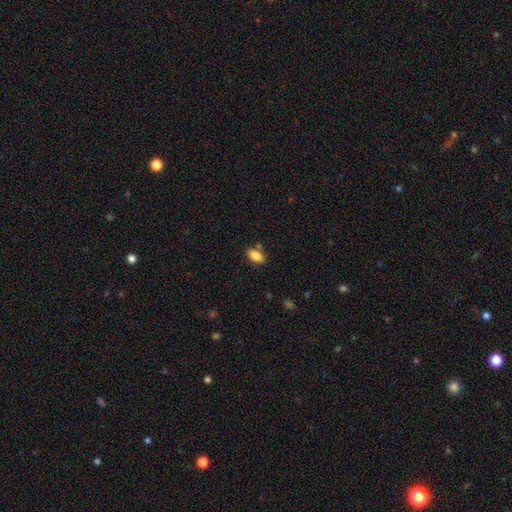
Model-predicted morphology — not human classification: Smooth or featured?
  - smooth: 84% *
  - star or artifact: 8%
  - featured or disk: 8%
How rounded?
  - in between: 88% *
  - cigar-shaped: 7%
  - round: 5%
Merging?
  - none: 78% *
  - minor disturbance: 13%
  - merger: 7%
  - major disturbance: 3%